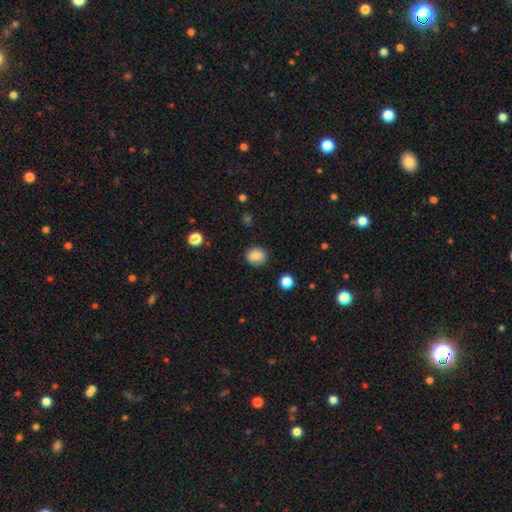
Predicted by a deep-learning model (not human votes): Smooth or featured? smooth (84%)
How rounded? round (75%)
Merging? none (83%)